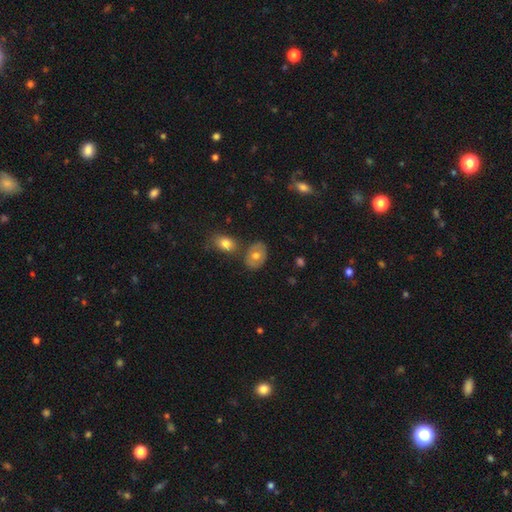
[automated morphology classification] This appears to be a smooth galaxy with no disk features (63%) that is in between round and cigar-shaped (77%). Merging: none (70%).